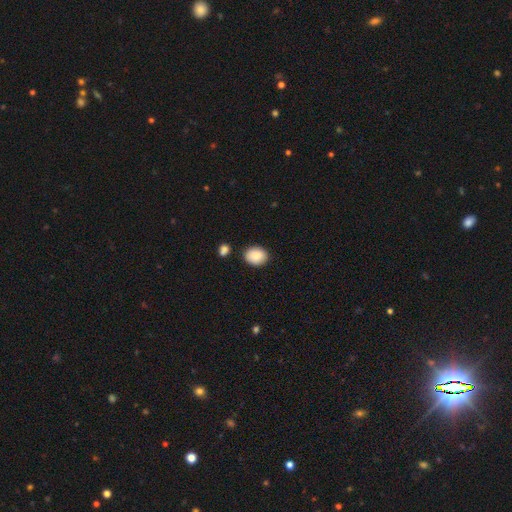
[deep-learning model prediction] Smooth or featured?
  - smooth: 88% *
  - star or artifact: 7%
  - featured or disk: 5%
How rounded?
  - in between: 58% *
  - round: 41%
  - cigar-shaped: 1%
Merging?
  - none: 85% *
  - minor disturbance: 10%
  - merger: 4%
  - major disturbance: 2%